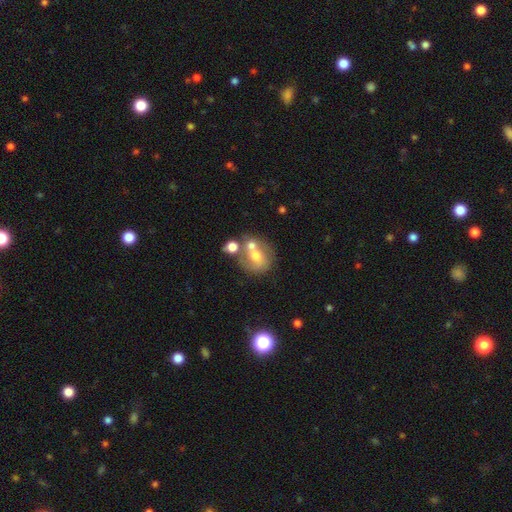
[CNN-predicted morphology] Overall: smooth (52%; featured or disk 37%). How rounded: round (63%; in between 36%). Merging: merger (43%; none 37%).